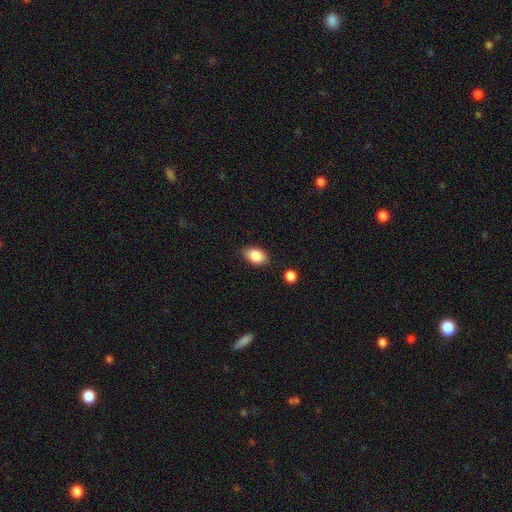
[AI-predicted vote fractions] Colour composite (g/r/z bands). It shows a smooth galaxy with no disk features (87%) that is in between round and cigar-shaped (88%). Merging: none (84%).